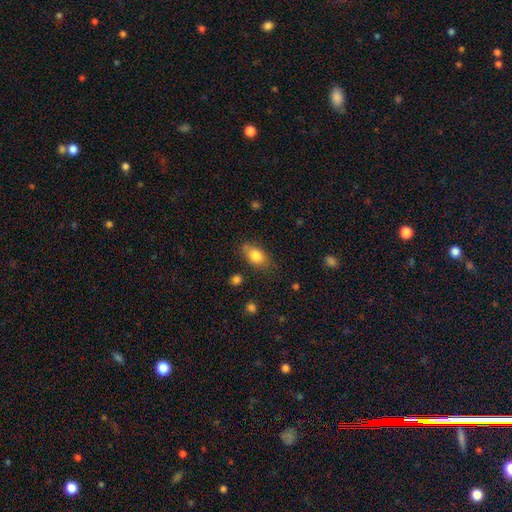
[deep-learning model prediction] Smooth or featured: smooth — 81% (featured or disk — 12%)
How rounded: in between — 83% (round — 12%)
Merging: none — 73% (minor disturbance — 20%)